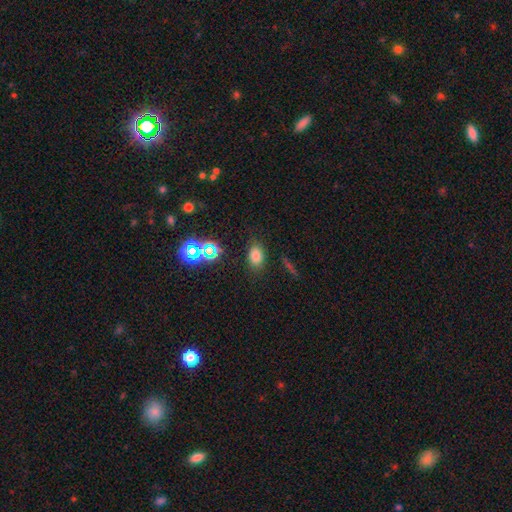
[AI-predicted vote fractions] A smooth galaxy with no disk features (74%) that is in between round and cigar-shaped (81%).

Vote fractions:
- Smooth or featured? smooth: 74% / star or artifact: 18% / featured or disk: 8%
- How rounded? in between: 81% / round: 17% / cigar-shaped: 2%
- Merging? none: 80% / minor disturbance: 13% / major disturbance: 4% / merger: 3%